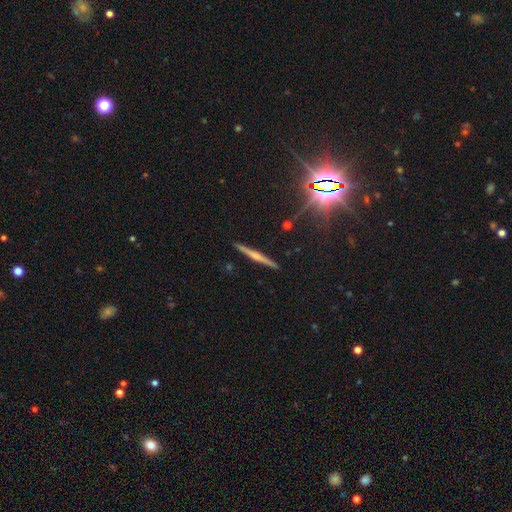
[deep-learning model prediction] A featured or disk galaxy (60%) viewed edge-on (98%) with a rounded central bulge (57%).

Vote fractions:
- Smooth or featured? featured or disk: 60% / smooth: 29% / star or artifact: 10%
- Edge-on disk? yes: 98% / no: 2%
- Edge-on bulge? rounded: 57% / none: 30% / boxy: 13%
- Merging? none: 91% / minor disturbance: 6% / major disturbance: 1% / merger: 1%